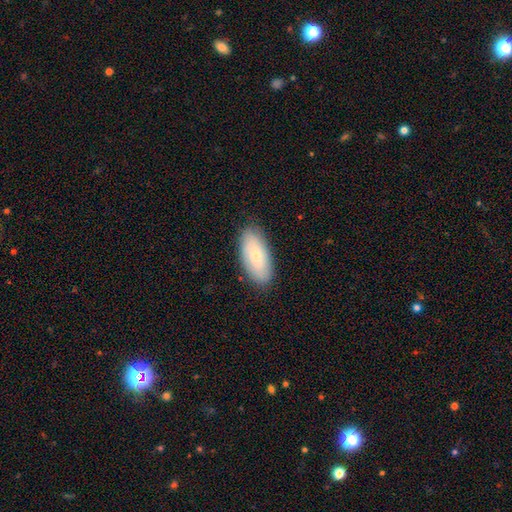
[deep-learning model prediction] Morphology: type=smooth (68%); roundness=in between (90%); merging=none (85%).